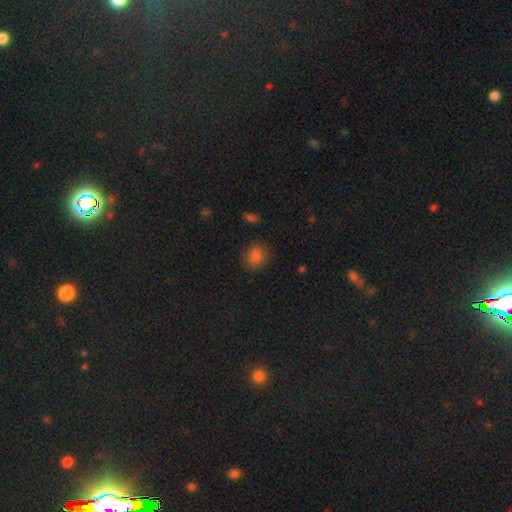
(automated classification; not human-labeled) Smooth or featured: smooth — 82% (star or artifact — 12%)
How rounded: round — 62% (in between — 36%)
Merging: none — 83% (minor disturbance — 12%)